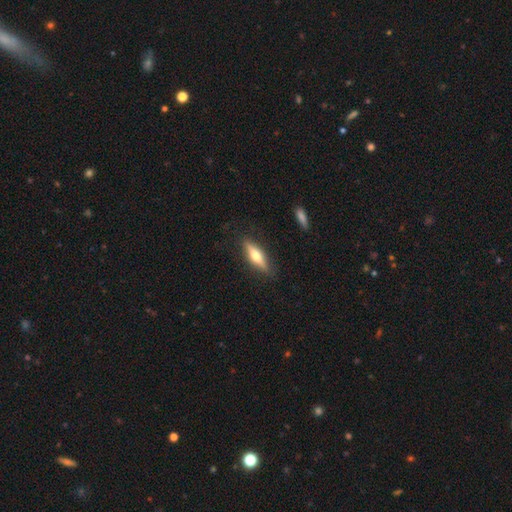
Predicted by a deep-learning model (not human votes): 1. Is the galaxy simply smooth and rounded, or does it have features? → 51% smooth, 43% featured or disk, 6% star or artifact.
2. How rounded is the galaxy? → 61% cigar-shaped, 37% in between, 2% round.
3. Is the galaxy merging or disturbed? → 86% none, 10% minor disturbance, 2% major disturbance, 1% merger.